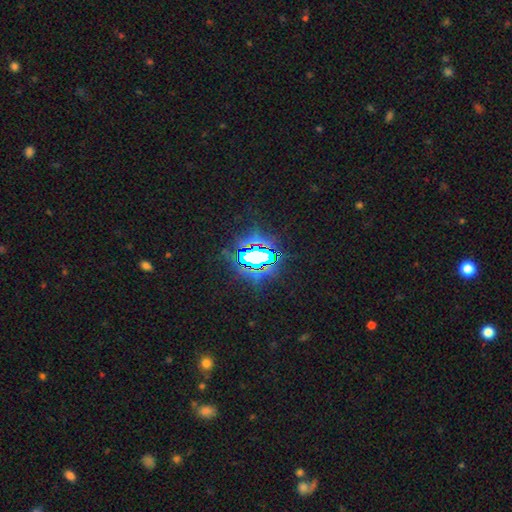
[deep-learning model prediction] This is likely a star or artifact rather than a galaxy (75%).